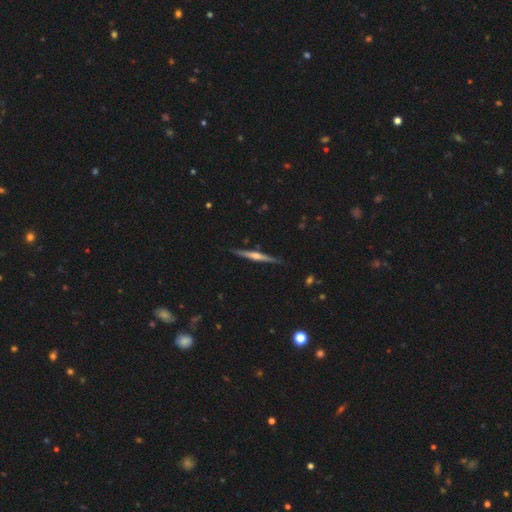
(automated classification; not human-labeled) smooth_or_featured: featured or disk (p=0.74) [alt: smooth p=0.20]
disk_edge_on: yes (p=0.98) [alt: no p=0.02]
edge_on_bulge: rounded (p=0.80) [alt: none p=0.12]
merging: none (p=0.90) [alt: minor disturbance p=0.08]